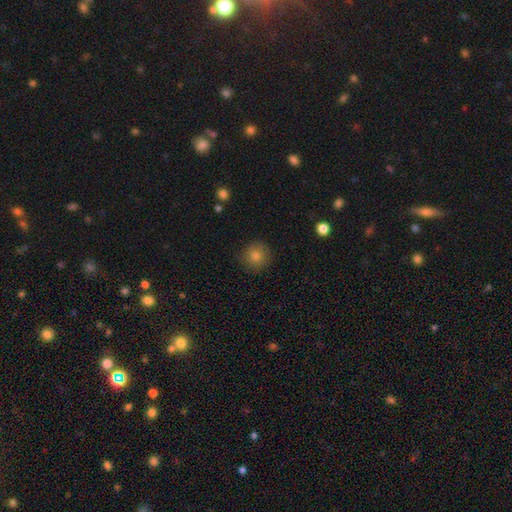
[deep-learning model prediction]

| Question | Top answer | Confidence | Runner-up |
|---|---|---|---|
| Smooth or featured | smooth | 79% | star or artifact (13%) |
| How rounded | round | 94% | in between (5%) |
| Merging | none | 90% | minor disturbance (7%) |